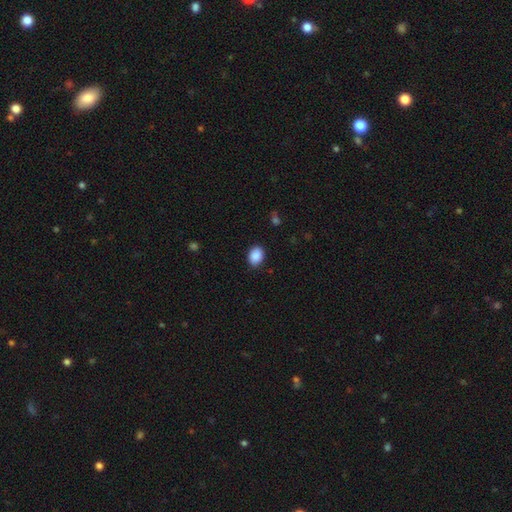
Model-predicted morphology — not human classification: Smooth or featured? Predicted: smooth (p=0.89). How rounded? Predicted: in between (p=0.68). Merging? Predicted: none (p=0.87).